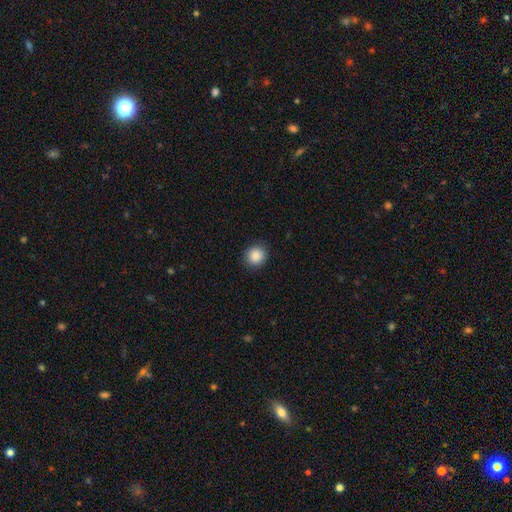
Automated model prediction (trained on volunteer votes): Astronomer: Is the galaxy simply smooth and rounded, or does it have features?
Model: smooth — 88%.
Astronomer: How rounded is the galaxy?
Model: round — 90%.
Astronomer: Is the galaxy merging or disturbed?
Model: none — 90%.